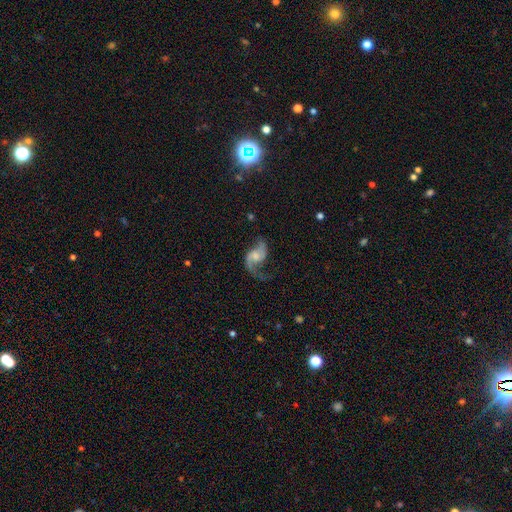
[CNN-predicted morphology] This is clearly a featured or disk galaxy (85%). It is clearly not viewed edge-on (98%). Bar: possibly no (53%). Spiral arm pattern: clearly yes (96%). Spiral arm count: clearly 2 (84%). Spiral winding: likely loose (68%). Central bulge: marginally small (42%). Merging: possibly none (57%).